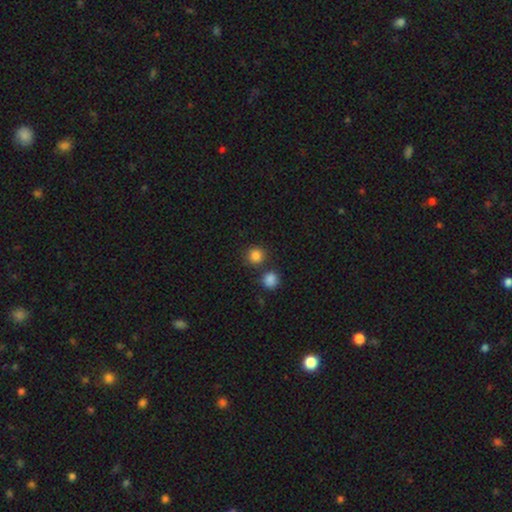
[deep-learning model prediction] smooth 85%, star or artifact 12%, featured or disk 4%. Down the decision tree: how rounded — round (91%); merging — none (77%).